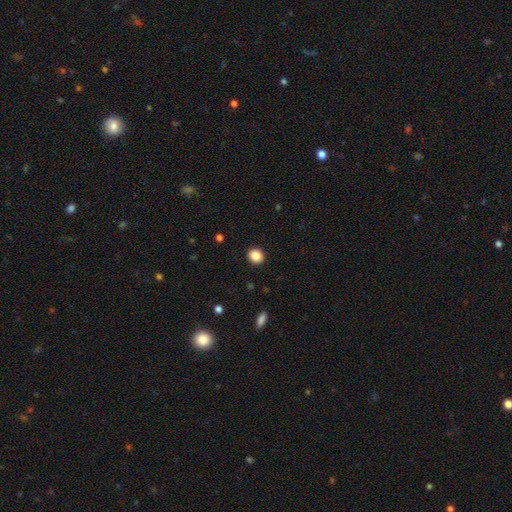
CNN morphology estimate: Smooth or featured?
  - smooth: 86% *
  - star or artifact: 10%
  - featured or disk: 4%
How rounded?
  - round: 78% *
  - in between: 22%
  - cigar-shaped: 1%
Merging?
  - none: 92% *
  - minor disturbance: 5%
  - major disturbance: 2%
  - merger: 1%